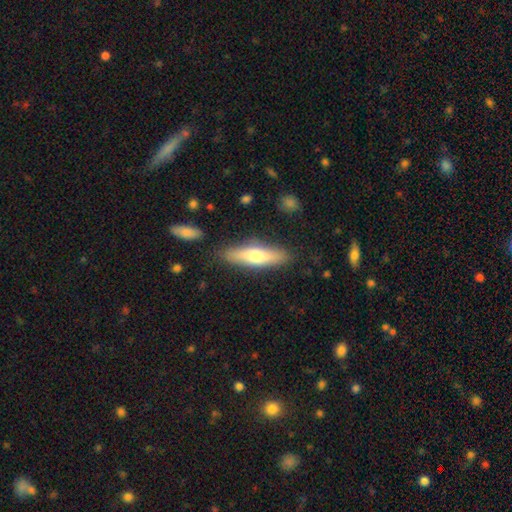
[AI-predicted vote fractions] Smooth or featured? smooth (61%)
How rounded? cigar-shaped (68%)
Merging? none (84%)